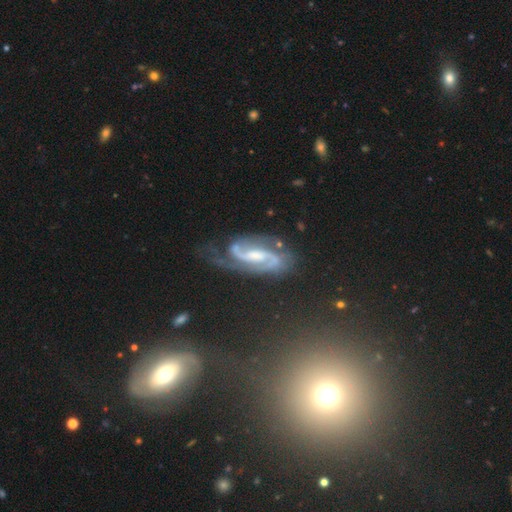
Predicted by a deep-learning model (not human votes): This is clearly a featured or disk galaxy (89%). It is clearly not viewed edge-on (96%). Bar: possibly weak (46%). Spiral arm pattern: clearly yes (98%). Spiral arm count: clearly 2 (90%). Spiral winding: possibly medium (55%). Central bulge: marginally moderate (44%). Merging: likely none (64%).